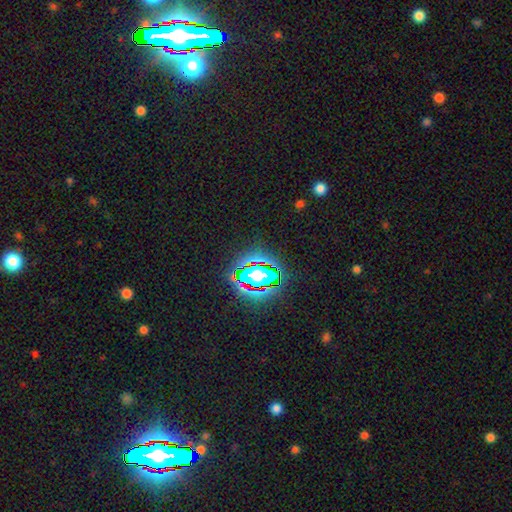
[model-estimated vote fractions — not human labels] A star or artifact, not a galaxy (83%).